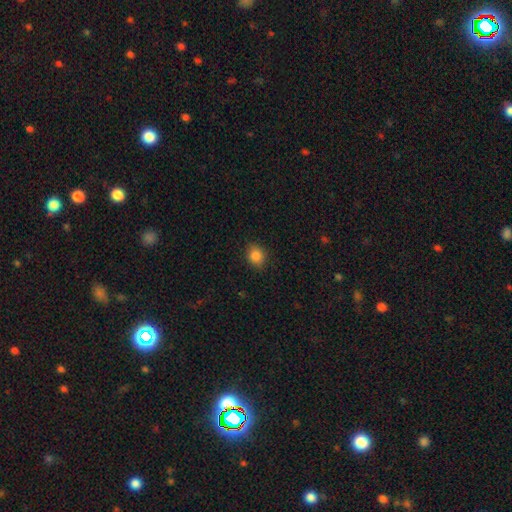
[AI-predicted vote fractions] smooth 85%, star or artifact 10%, featured or disk 4%. Down the decision tree: how rounded — round (57%); merging — none (87%).